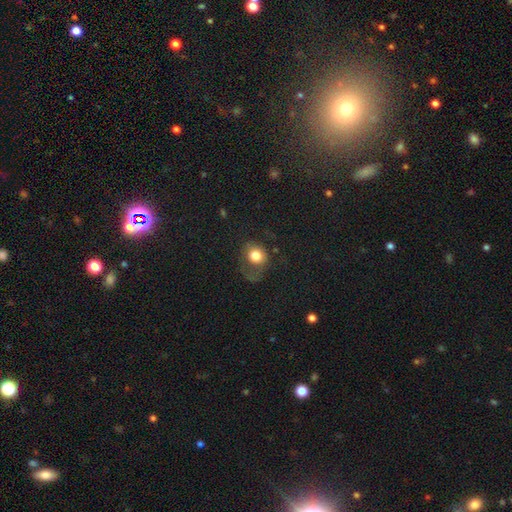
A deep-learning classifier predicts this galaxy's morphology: Smooth or featured: smooth — 76% (featured or disk — 13%)
How rounded: round — 71% (in between — 28%)
Merging: none — 46% (major disturbance — 31%)